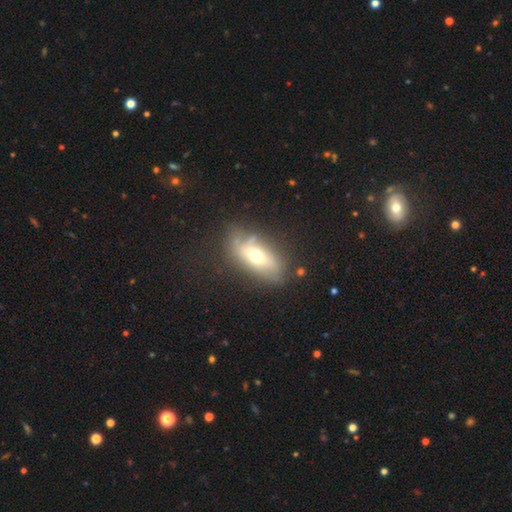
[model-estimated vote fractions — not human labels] This appears to be a featured or disk galaxy (47%). Merging: none (61%).